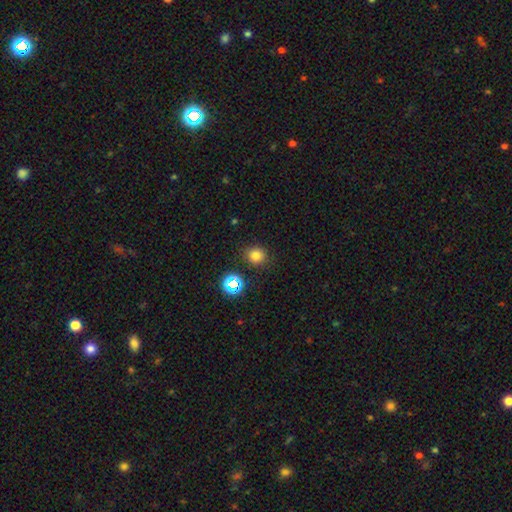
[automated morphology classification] The model was most divided on "smooth or featured": smooth: 77%, star or artifact: 17%, featured or disk: 5%. More confident: merging — none (85%); how rounded — round (81%).